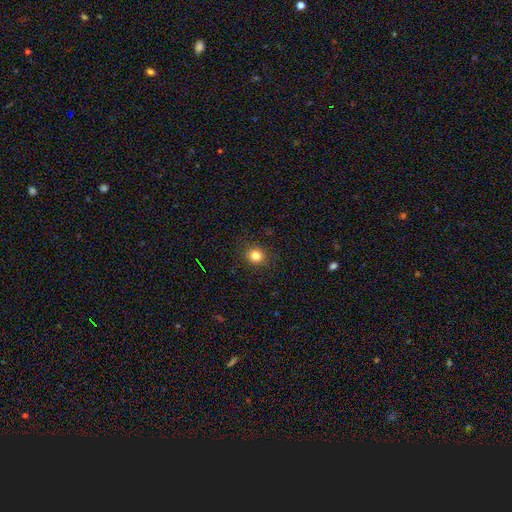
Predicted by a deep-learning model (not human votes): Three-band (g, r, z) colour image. It shows a smooth galaxy with no disk features (82%) that is round (83%). Merging: none (90%).